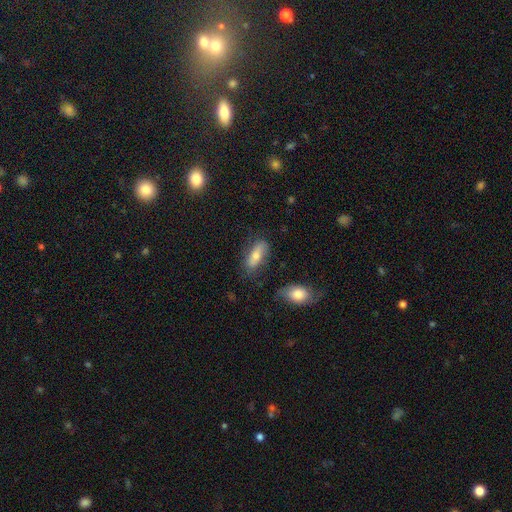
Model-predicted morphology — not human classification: smooth 63%, featured or disk 29%, star or artifact 9%. Down the decision tree: how rounded — in between (71%); merging — none (71%).